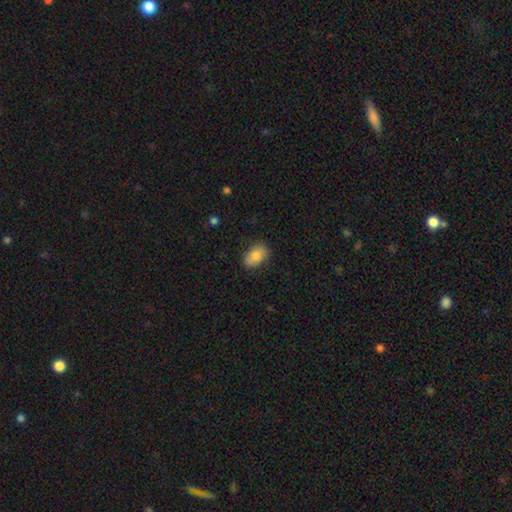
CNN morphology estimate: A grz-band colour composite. It shows a smooth galaxy with no disk features (80%) that is in between round and cigar-shaped (86%). Merging: none (79%).